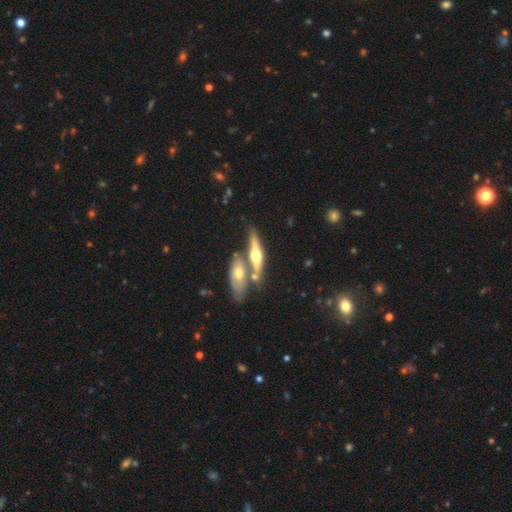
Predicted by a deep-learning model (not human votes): Overall: featured or disk (69%). Edge-on disk: yes (91%). Edge-on bulge: rounded (95%). Merging: none (52%; merger 35%).